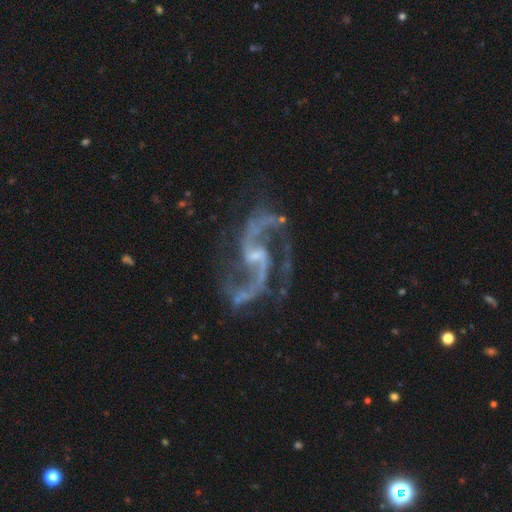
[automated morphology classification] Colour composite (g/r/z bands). It shows a featured or disk galaxy (93%) with a weak bar (49%), 2 (92%) loose (52%) spiral arms (98%) and a small central bulge (65%). Merging: none (68%).